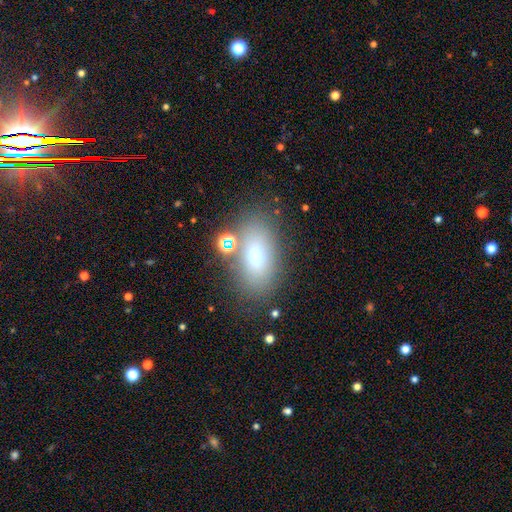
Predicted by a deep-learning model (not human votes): Smooth or featured? Predicted: smooth (p=0.69). How rounded? Predicted: in between (p=0.86). Merging? Predicted: none (p=0.74).